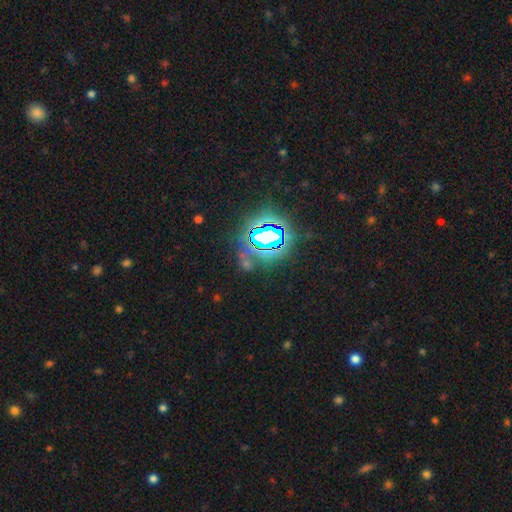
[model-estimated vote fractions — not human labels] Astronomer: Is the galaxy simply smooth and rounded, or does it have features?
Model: star or artifact — 85%.